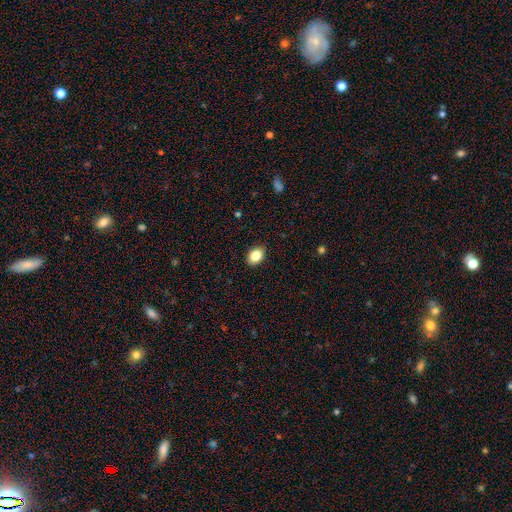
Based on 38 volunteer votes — Smooth or featured?
  - smooth: 82% *
  - featured or disk: 16%
  - star or artifact: 3%
How rounded?
  - in between: 74% *
  - round: 23%
  - cigar-shaped: 3%
Merging?
  - none: 92% *
  - minor disturbance: 8%
  - major disturbance: 0%
  - merger: 0%